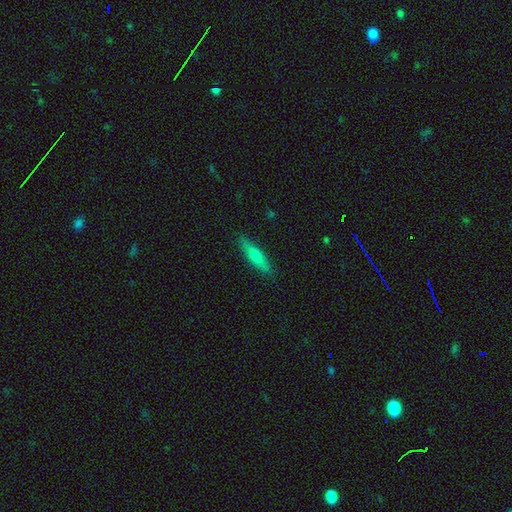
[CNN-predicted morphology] A smooth galaxy with no disk features (52%) that is cigar-shaped (83%). Merging: none (89%).